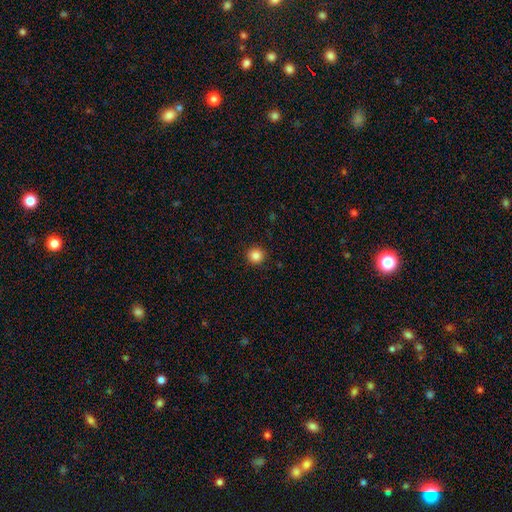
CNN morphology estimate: Q: Smooth or featured?
A: smooth (86%); runner-up: star or artifact (11%)
Q: How rounded?
A: round (94%); runner-up: in between (5%)
Q: Merging?
A: none (92%); runner-up: minor disturbance (5%)